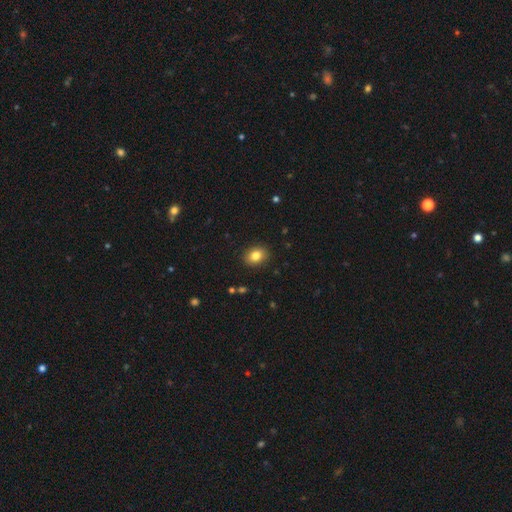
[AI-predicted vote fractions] A smooth galaxy with no disk features (82%) that is in between round and cigar-shaped (57%). Merging: none (89%).